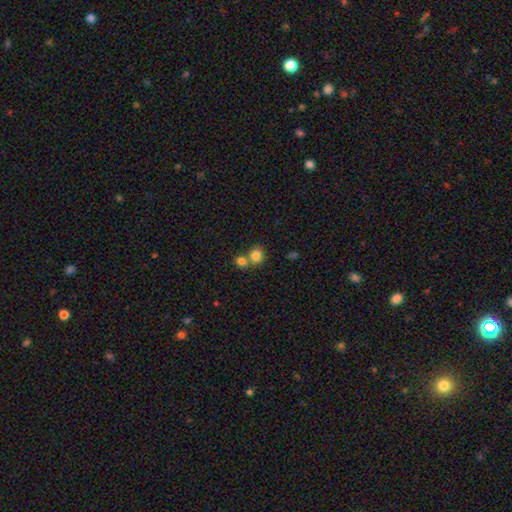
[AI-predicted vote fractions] This is clearly a smooth galaxy (81%). How rounded: clearly round (82%). Merging: possibly none (48%).